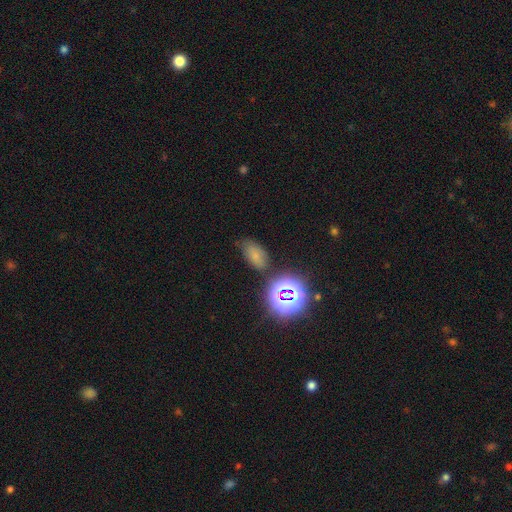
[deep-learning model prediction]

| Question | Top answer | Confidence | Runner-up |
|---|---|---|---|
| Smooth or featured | smooth | 64% | star or artifact (25%) |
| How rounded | in between | 88% | round (9%) |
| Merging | none | 70% | minor disturbance (19%) |